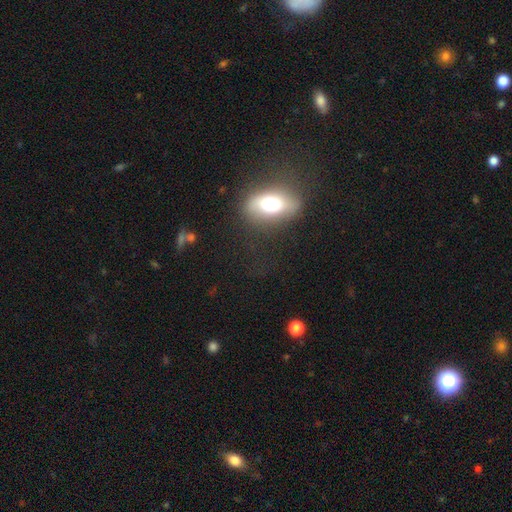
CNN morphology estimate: Smooth or featured? smooth (47%)
Merging? none (75%)